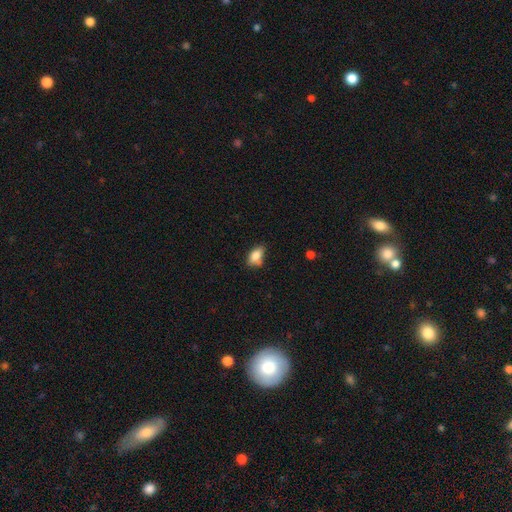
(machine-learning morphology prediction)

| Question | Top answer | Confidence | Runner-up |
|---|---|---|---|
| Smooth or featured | smooth | 83% | star or artifact (9%) |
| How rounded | in between | 87% | round (10%) |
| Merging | none | 56% | minor disturbance (31%) |